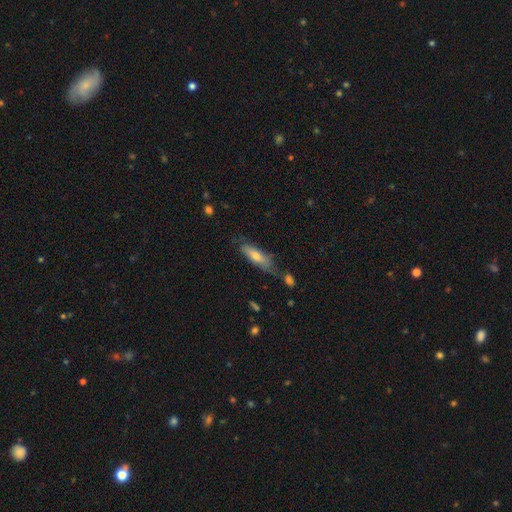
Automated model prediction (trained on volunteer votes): A smooth galaxy with no disk features (63%) that is cigar-shaped (60%). Merging: none (62%).